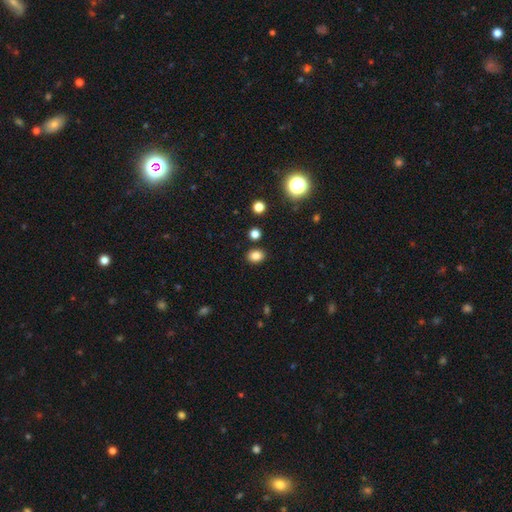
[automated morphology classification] The model was most divided on "how rounded": in between: 59%, round: 40%, cigar-shaped: 1%. More confident: merging — none (86%); smooth or featured — smooth (82%).